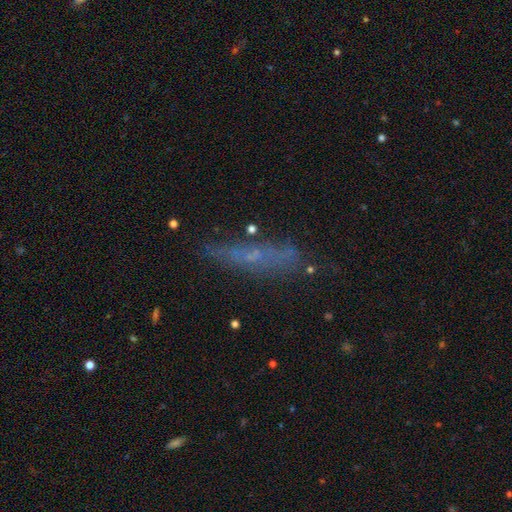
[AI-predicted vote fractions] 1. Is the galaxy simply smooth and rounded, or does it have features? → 45% smooth, 38% featured or disk, 16% star or artifact.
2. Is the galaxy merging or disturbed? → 70% none, 18% minor disturbance, 7% major disturbance, 4% merger.